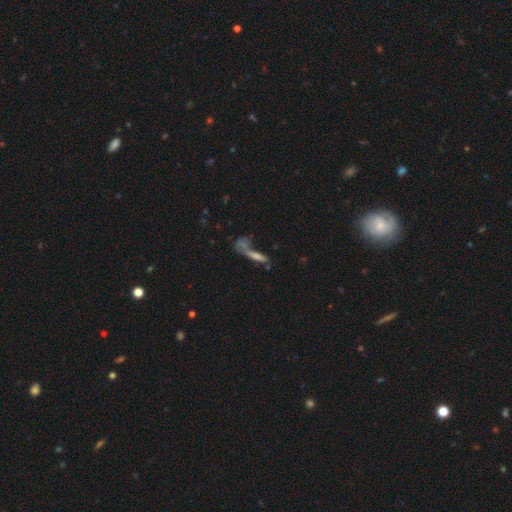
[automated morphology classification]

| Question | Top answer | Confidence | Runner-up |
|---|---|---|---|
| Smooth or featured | smooth | 48% | featured or disk (33%) |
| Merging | merger | 41% | none (35%) |